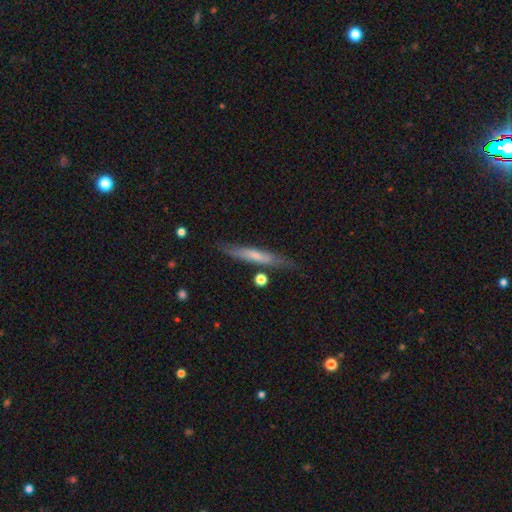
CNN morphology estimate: Smooth or featured? Predicted: smooth (p=0.55). How rounded? Predicted: cigar-shaped (p=0.92). Merging? Predicted: none (p=0.79).